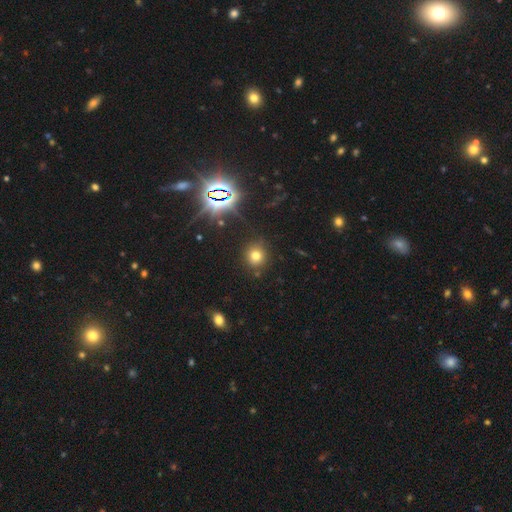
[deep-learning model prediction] This appears to be a smooth galaxy with no disk features (67%) that is round (86%). Merging: none (85%).